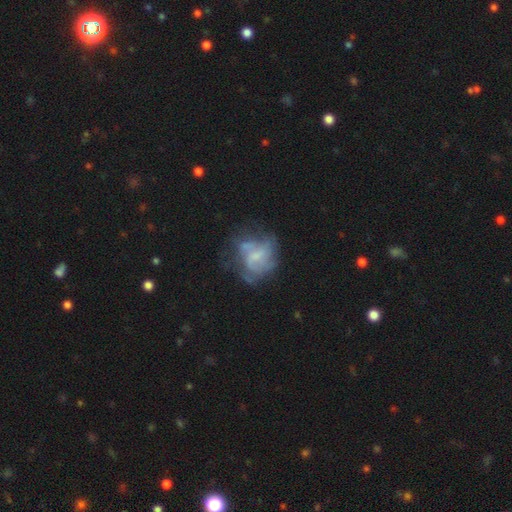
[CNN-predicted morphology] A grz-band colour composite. It shows a featured or disk galaxy (63%) with no bar (52%), spiral arms (61%) and a small central bulge (44%). Merging: none (42%).